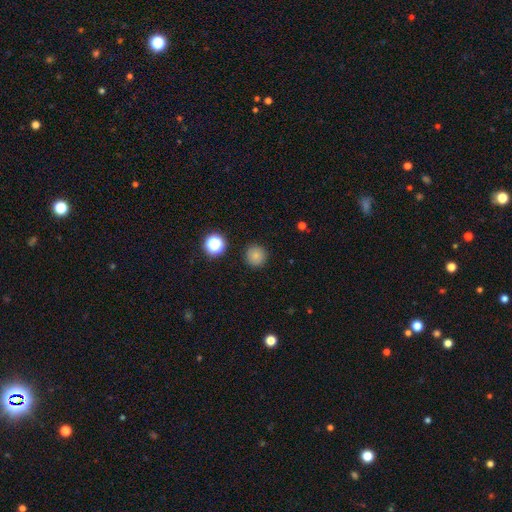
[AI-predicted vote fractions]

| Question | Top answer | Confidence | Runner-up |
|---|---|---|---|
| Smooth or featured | smooth | 81% | star or artifact (14%) |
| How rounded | round | 94% | in between (5%) |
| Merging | none | 90% | minor disturbance (6%) |